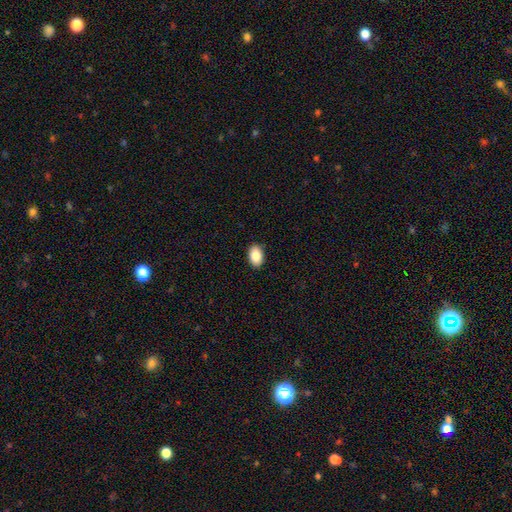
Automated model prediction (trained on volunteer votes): smooth_or_featured: smooth (p=0.86) [alt: star or artifact p=0.07]
how_rounded: in between (p=0.89) [alt: round p=0.09]
merging: none (p=0.90) [alt: minor disturbance p=0.08]